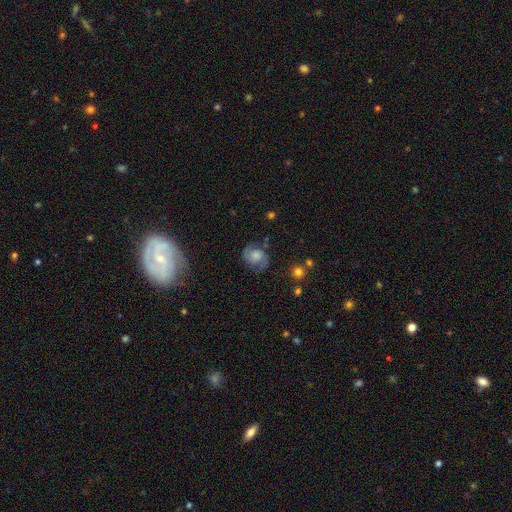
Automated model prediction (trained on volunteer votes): A featured or disk galaxy (63%) with no bar (71%), 2 (88%) medium (50%) spiral arms (92%) and a moderate central bulge (34%).

Vote fractions:
- Smooth or featured? featured or disk: 63% / smooth: 27% / star or artifact: 10%
- Edge-on disk? no: 97% / yes: 3%
- Bar? no: 71% / weak: 25% / strong: 4%
- Spiral arms? yes: 92% / no: 8%
- Spiral winding? medium: 50% / tight: 27% / loose: 24%
- Spiral arm count? 2: 88% / can't tell: 6% / 1: 2% / 3: 1% / 4: 1% / more than 4: 1%
- Bulge size? moderate: 34% / small: 24% / large: 20% / none: 18% / dominant: 4%
- Merging? none: 69% / minor disturbance: 20% / major disturbance: 9% / merger: 2%